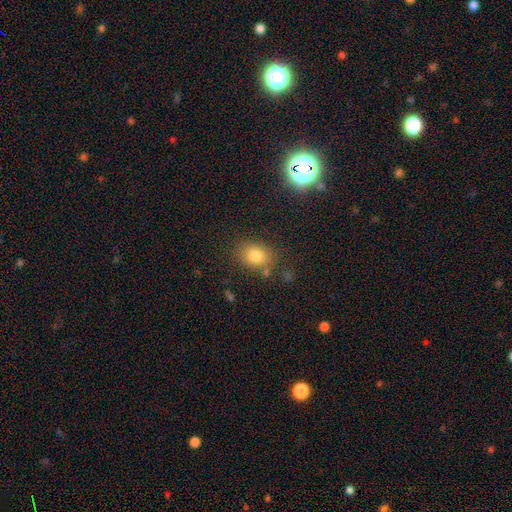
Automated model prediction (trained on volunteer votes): Smooth or featured: smooth — 79% (star or artifact — 13%)
How rounded: in between — 59% (round — 40%)
Merging: none — 77% (minor disturbance — 13%)